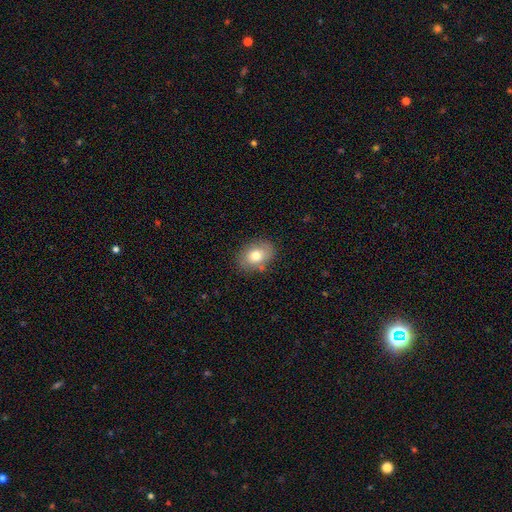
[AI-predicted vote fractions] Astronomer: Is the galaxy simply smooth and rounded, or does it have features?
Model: smooth — 72%.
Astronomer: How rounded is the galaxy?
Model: in between — 72%.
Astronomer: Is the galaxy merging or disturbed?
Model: none — 80%.